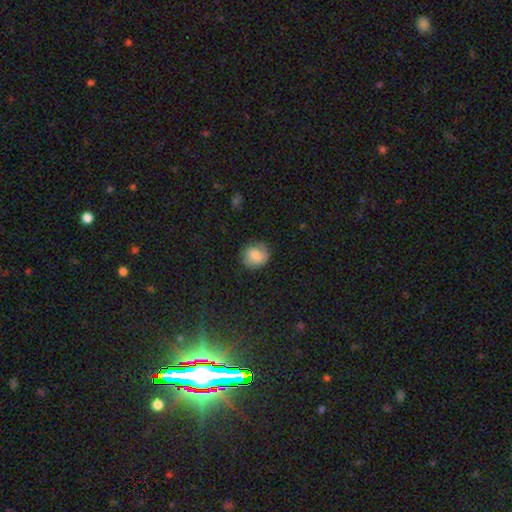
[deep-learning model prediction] smooth-or-featured: smooth: 80% | featured or disk: 11% | star or artifact: 9%
  how-rounded: round: 79% | in between: 20% | cigar-shaped: 1%
  merging: none: 79% | minor disturbance: 16% | major disturbance: 4% | merger: 1%